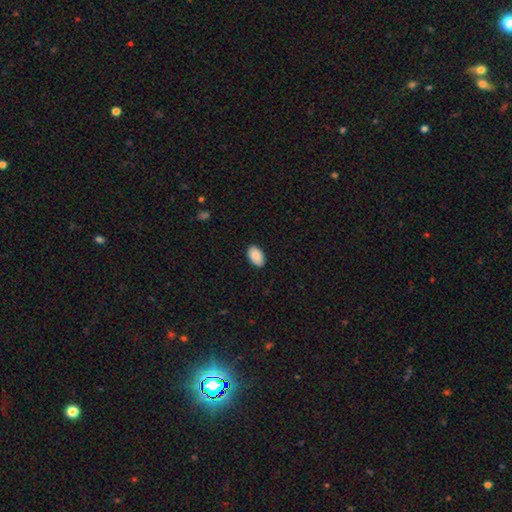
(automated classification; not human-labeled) smooth-or-featured: smooth: 90% | star or artifact: 6% | featured or disk: 3%
  how-rounded: in between: 94% | round: 5% | cigar-shaped: 1%
  merging: none: 88% | minor disturbance: 9% | major disturbance: 2% | merger: 1%